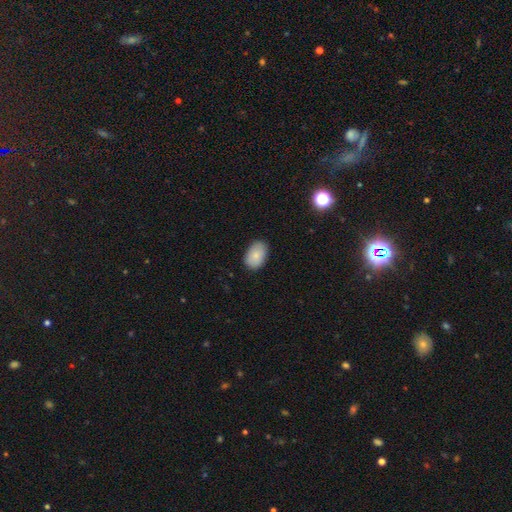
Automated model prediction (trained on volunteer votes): smooth_or_featured: smooth (p=0.84) [alt: featured or disk p=0.09]
how_rounded: in between (p=0.87) [alt: round p=0.12]
merging: none (p=0.84) [alt: minor disturbance p=0.13]